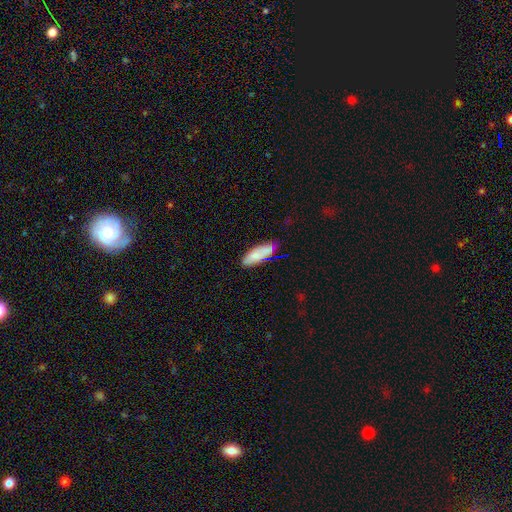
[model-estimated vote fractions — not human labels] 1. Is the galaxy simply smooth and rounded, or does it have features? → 77% smooth, 16% featured or disk, 7% star or artifact.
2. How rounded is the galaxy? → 70% in between, 28% cigar-shaped, 2% round.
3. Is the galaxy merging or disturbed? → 74% none, 20% minor disturbance, 3% major disturbance, 2% merger.